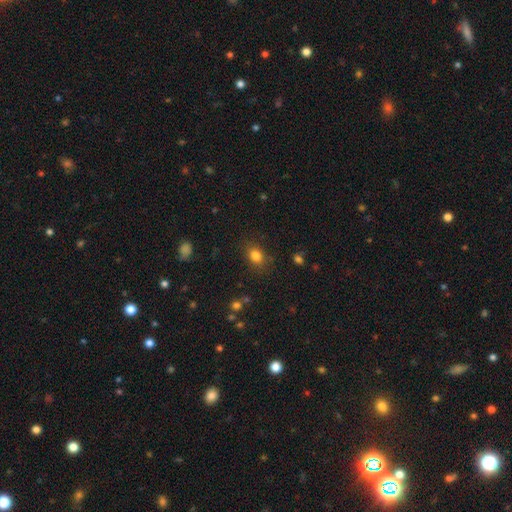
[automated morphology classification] smooth_or_featured: smooth (p=0.82) [alt: star or artifact p=0.12]
how_rounded: in between (p=0.60) [alt: round p=0.39]
merging: none (p=0.81) [alt: minor disturbance p=0.13]